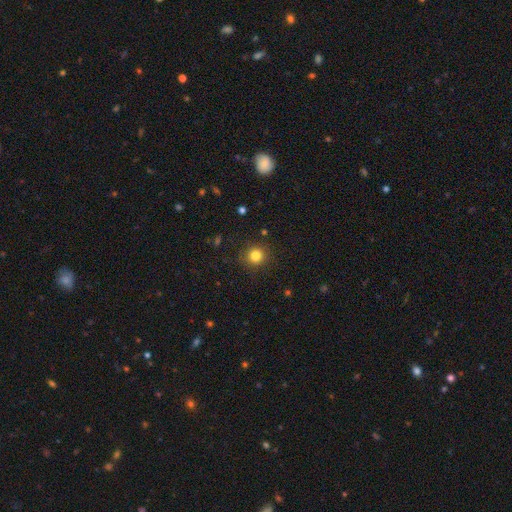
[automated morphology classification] Q: Smooth or featured?
A: smooth (81%); runner-up: star or artifact (13%)
Q: How rounded?
A: round (91%); runner-up: in between (8%)
Q: Merging?
A: none (88%); runner-up: minor disturbance (8%)